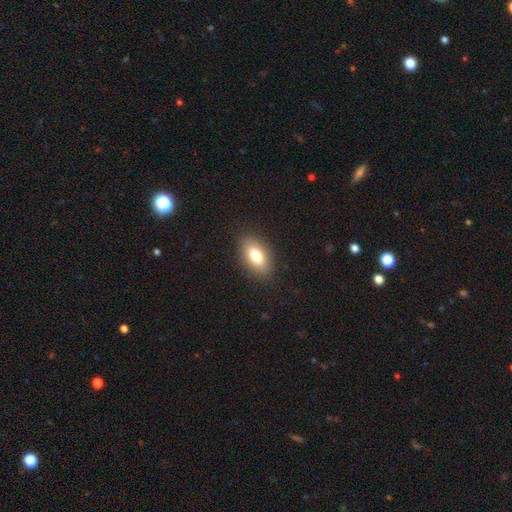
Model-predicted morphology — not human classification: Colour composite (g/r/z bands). It shows a smooth galaxy with no disk features (78%) that is in between round and cigar-shaped (89%). Merging: none (88%).